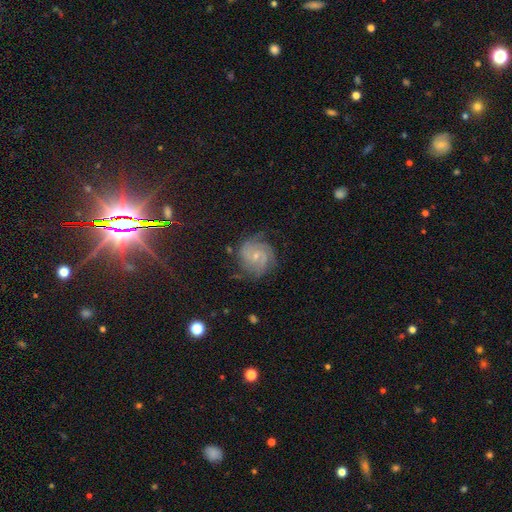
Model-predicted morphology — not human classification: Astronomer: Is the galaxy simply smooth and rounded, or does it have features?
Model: featured or disk — 78%.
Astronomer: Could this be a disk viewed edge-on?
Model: no — 98%.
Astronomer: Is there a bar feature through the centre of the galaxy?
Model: no — 65%.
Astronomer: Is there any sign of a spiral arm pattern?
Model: yes — 95%.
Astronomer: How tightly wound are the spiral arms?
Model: tight — 59%.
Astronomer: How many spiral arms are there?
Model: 3 — 27% (runner-up: can't tell, 26%).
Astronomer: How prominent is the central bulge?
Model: small — 71%.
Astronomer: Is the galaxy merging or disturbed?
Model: none — 71%.